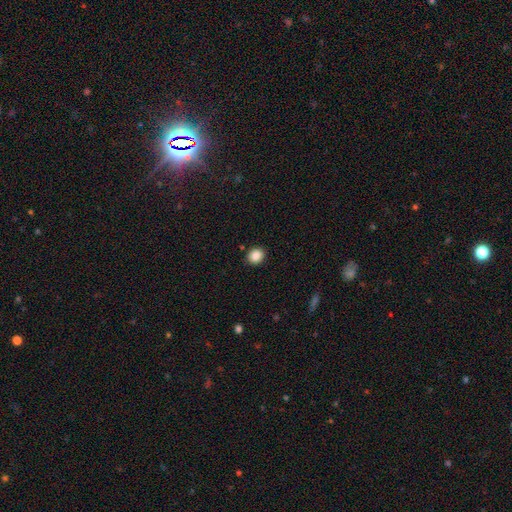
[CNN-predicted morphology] Smooth or featured? smooth (87%)
How rounded? round (69%)
Merging? none (89%)